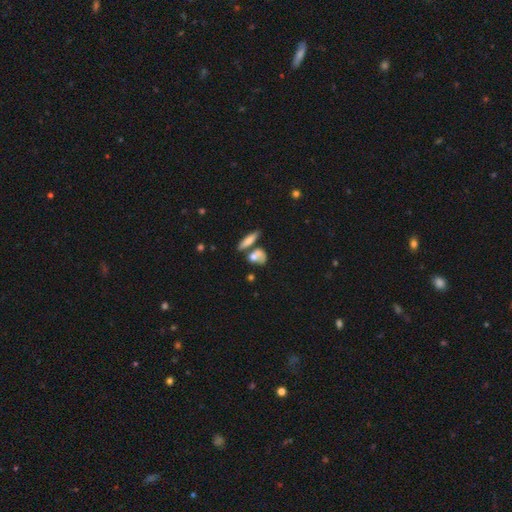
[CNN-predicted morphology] This appears to be a smooth galaxy with no disk features (66%) that is in between round and cigar-shaped (50%). Merging: none (43%).